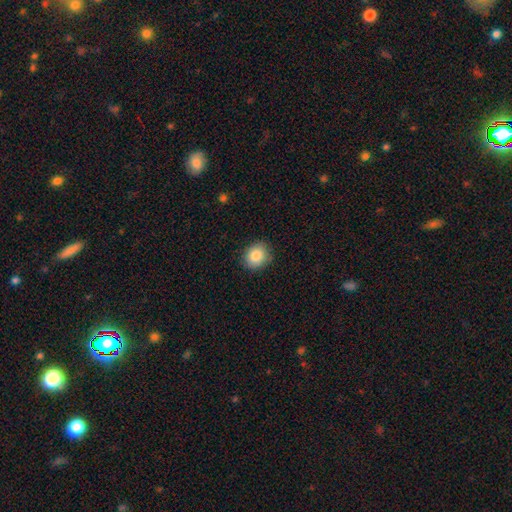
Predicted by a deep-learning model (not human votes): Smooth or featured: smooth — 86% (star or artifact — 9%)
How rounded: round — 69% (in between — 30%)
Merging: none — 87% (minor disturbance — 10%)